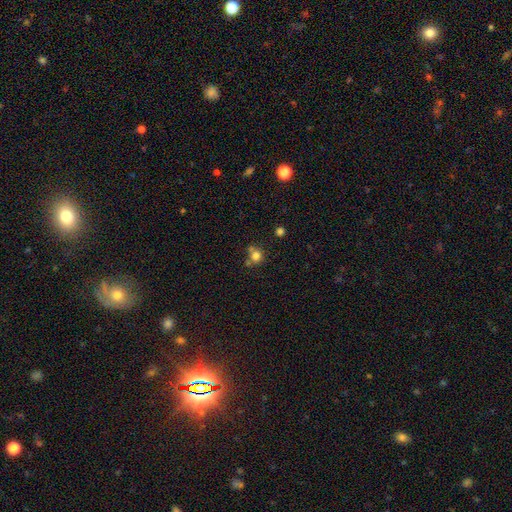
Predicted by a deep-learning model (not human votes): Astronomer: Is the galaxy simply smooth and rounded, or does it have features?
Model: smooth — 77%.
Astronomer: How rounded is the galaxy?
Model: round — 86%.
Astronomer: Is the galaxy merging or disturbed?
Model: none — 55%.